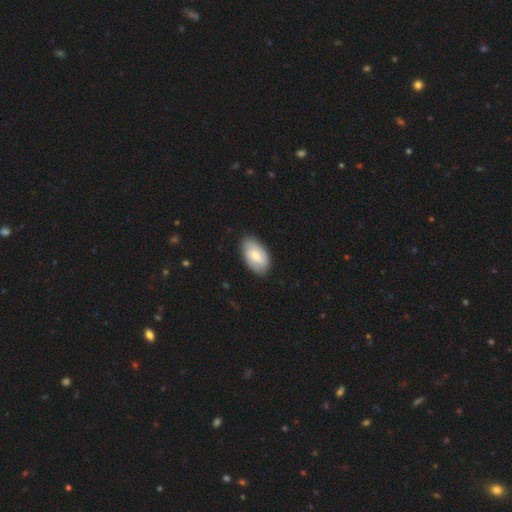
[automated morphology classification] This appears to be a smooth galaxy with no disk features (69%) that is in between round and cigar-shaped (95%). Merging: none (85%).